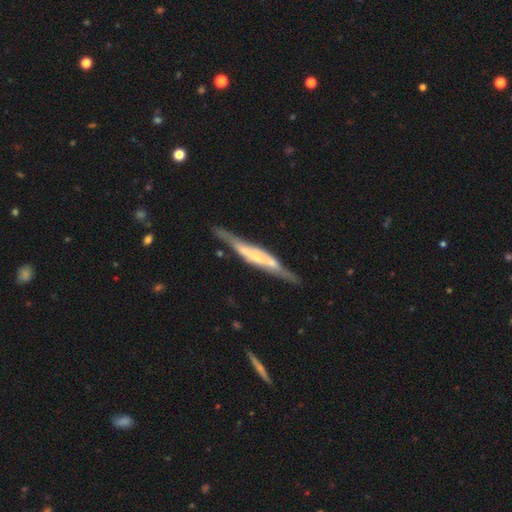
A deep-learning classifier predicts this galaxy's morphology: A featured or disk galaxy (73%) viewed edge-on (90%) with a boxy central bulge (49%).

Vote fractions:
- Smooth or featured? featured or disk: 73% / smooth: 22% / star or artifact: 5%
- Edge-on disk? yes: 90% / no: 10%
- Edge-on bulge? boxy: 49% / rounded: 30% / none: 21%
- Merging? none: 75% / minor disturbance: 17% / major disturbance: 5% / merger: 3%